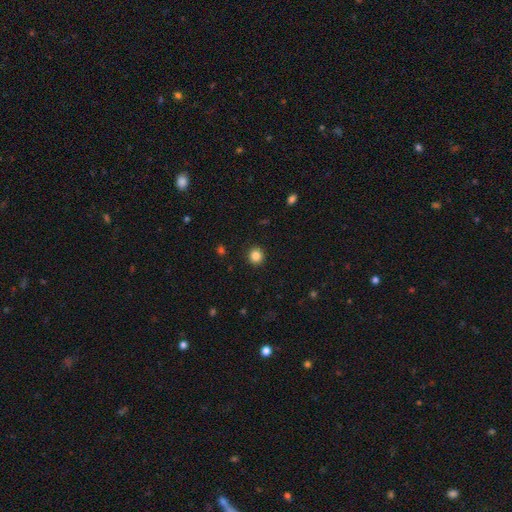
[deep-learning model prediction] Smooth or featured? Predicted: smooth (p=0.85). How rounded? Predicted: round (p=0.93). Merging? Predicted: none (p=0.92).